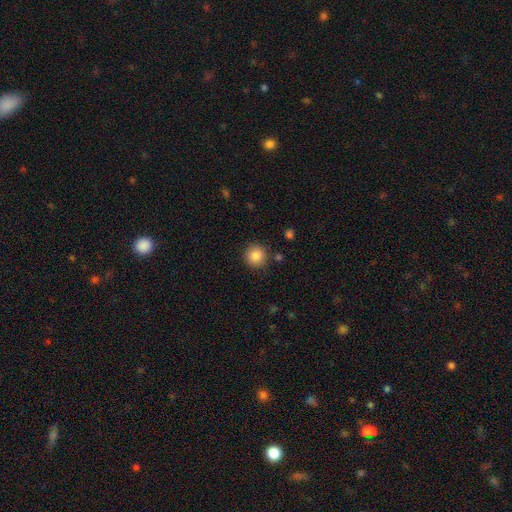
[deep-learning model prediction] Smooth or featured?
  - smooth: 86% *
  - star or artifact: 9%
  - featured or disk: 5%
How rounded?
  - round: 94% *
  - in between: 5%
  - cigar-shaped: 1%
Merging?
  - none: 88% *
  - minor disturbance: 7%
  - merger: 2%
  - major disturbance: 2%